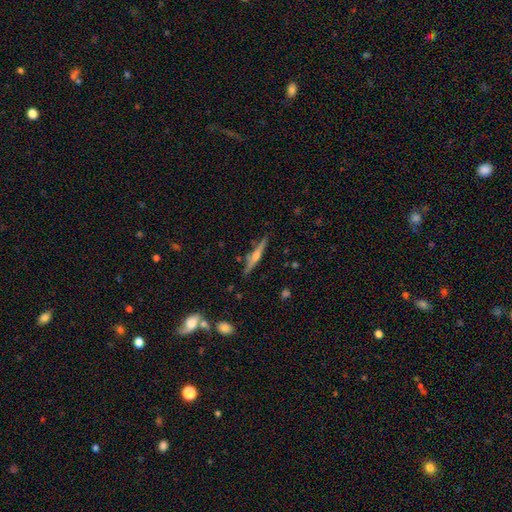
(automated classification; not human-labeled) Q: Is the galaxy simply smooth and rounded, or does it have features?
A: featured or disk — 73%.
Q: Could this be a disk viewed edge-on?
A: yes — 97%.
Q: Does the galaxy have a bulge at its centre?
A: rounded — 88%.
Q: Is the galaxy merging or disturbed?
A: none — 87%.